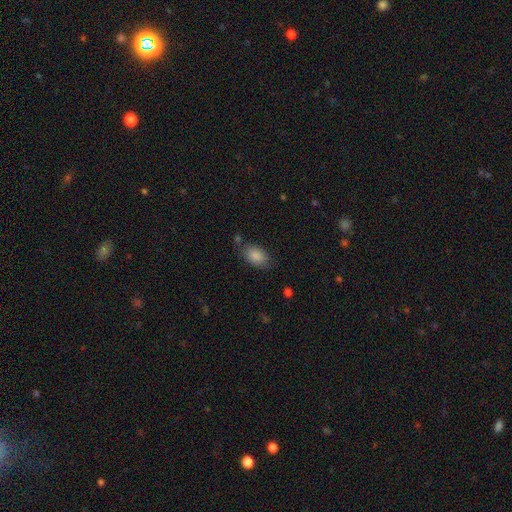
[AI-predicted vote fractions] Smooth or featured? Predicted: smooth (p=0.87). How rounded? Predicted: in between (p=0.89). Merging? Predicted: none (p=0.71).